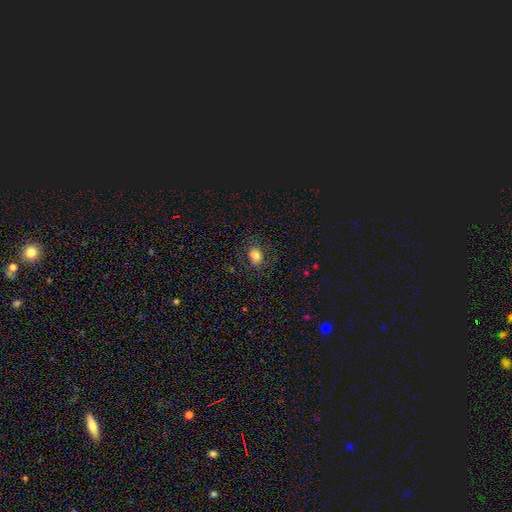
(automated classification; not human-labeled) The model was most divided on "how rounded": in between: 58%, round: 41%, cigar-shaped: 1%. More confident: merging — none (80%); smooth or featured — smooth (77%).